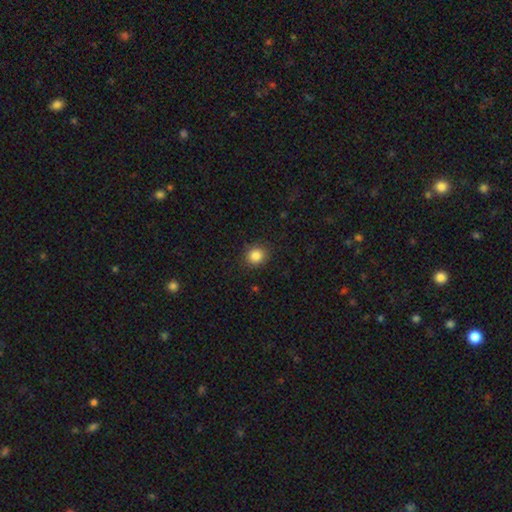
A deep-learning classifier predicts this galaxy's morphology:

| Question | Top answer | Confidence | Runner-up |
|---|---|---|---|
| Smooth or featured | smooth | 86% | star or artifact (10%) |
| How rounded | round | 83% | in between (16%) |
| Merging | none | 88% | minor disturbance (8%) |